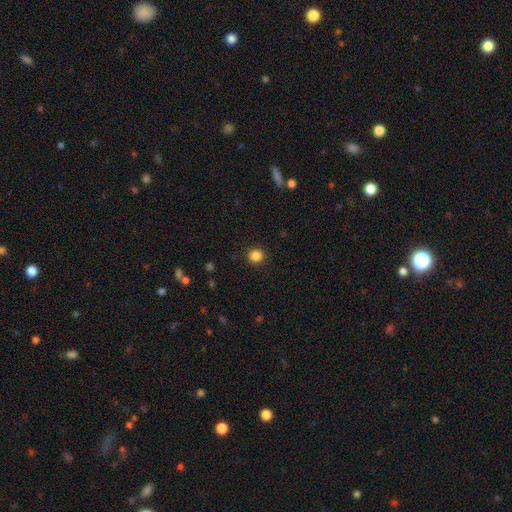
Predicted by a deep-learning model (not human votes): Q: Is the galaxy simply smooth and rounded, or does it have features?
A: smooth — 85%.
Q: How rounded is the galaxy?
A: round — 92%.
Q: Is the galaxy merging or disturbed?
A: none — 92%.